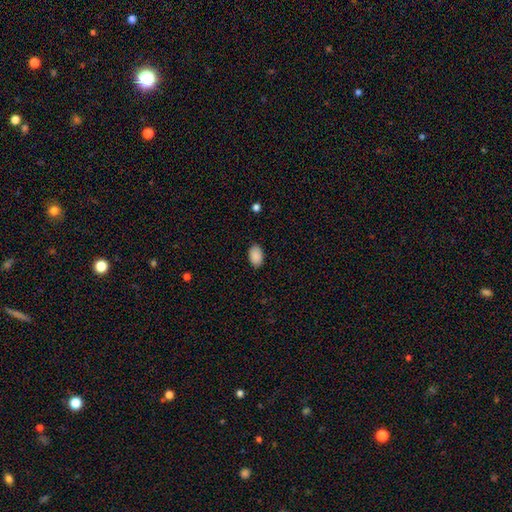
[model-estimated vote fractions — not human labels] Smooth or featured: smooth — 90% (star or artifact — 7%)
How rounded: in between — 92% (round — 7%)
Merging: none — 87% (minor disturbance — 10%)